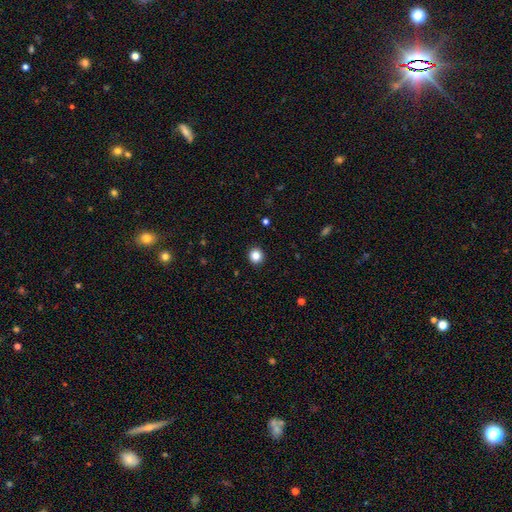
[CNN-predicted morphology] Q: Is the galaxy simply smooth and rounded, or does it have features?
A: smooth — 85%.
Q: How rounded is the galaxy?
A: round — 93%.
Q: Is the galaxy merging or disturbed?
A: none — 93%.